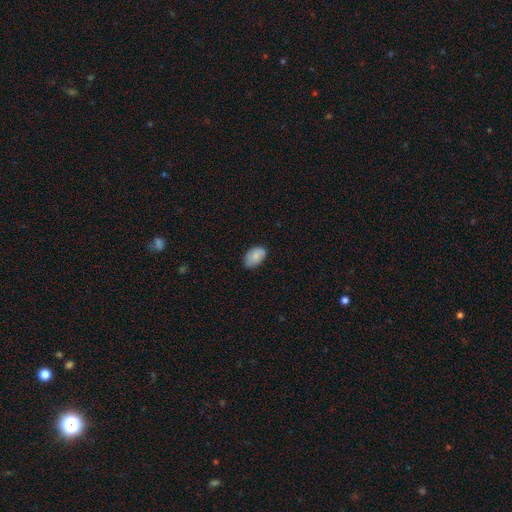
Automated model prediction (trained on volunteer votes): Smooth or featured?
  - smooth: 80% *
  - featured or disk: 13%
  - star or artifact: 7%
How rounded?
  - in between: 91% *
  - round: 8%
  - cigar-shaped: 1%
Merging?
  - none: 74% *
  - minor disturbance: 22%
  - major disturbance: 3%
  - merger: 1%